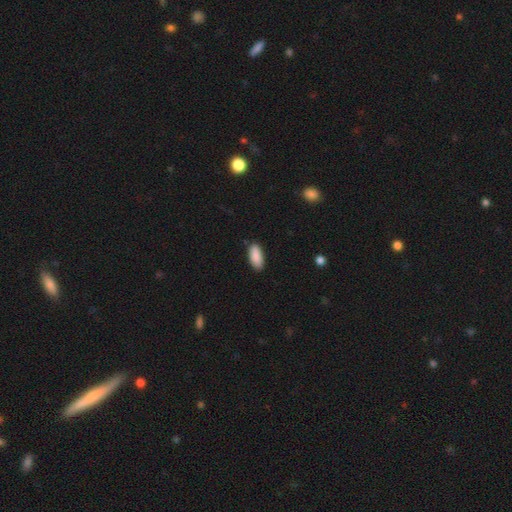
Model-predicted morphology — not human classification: Smooth or featured: smooth — 90% (star or artifact — 6%)
How rounded: in between — 86% (cigar-shaped — 12%)
Merging: none — 86% (minor disturbance — 11%)